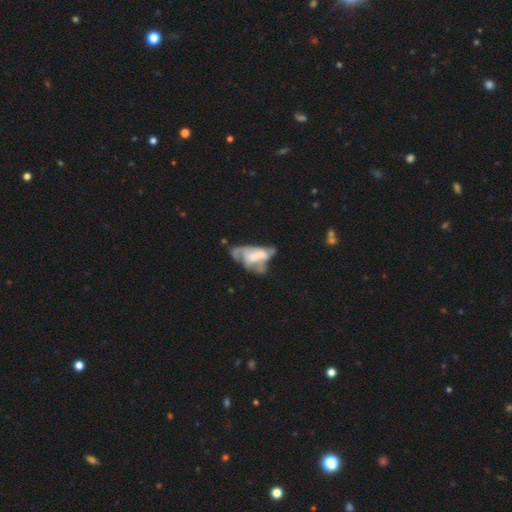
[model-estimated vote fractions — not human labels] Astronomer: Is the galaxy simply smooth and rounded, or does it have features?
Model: featured or disk — 57% (runner-up: smooth, 33%).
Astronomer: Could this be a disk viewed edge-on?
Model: no — 95%.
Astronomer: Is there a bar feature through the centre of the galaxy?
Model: no — 70%.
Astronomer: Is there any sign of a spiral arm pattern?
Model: no — 69%.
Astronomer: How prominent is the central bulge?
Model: none — 36% (runner-up: moderate, 26%).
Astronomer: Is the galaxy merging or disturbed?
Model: major disturbance — 37% (runner-up: none, 22%).